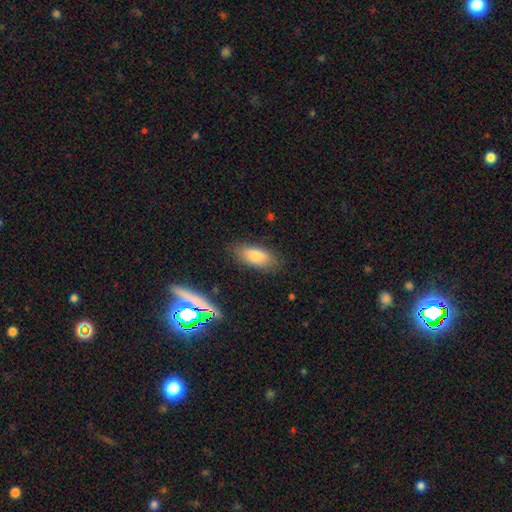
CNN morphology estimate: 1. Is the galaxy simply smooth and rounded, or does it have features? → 80% smooth, 11% featured or disk, 9% star or artifact.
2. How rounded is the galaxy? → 82% in between, 15% cigar-shaped, 3% round.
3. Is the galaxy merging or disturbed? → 82% none, 13% minor disturbance, 3% major disturbance, 2% merger.